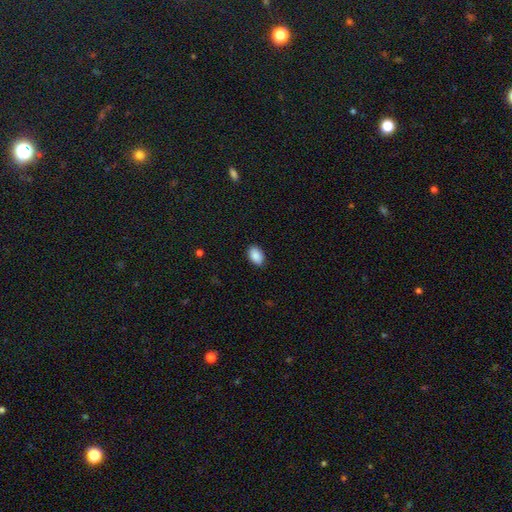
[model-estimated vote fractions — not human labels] This is clearly a smooth galaxy (89%). How rounded: clearly in between (89%). Merging: clearly none (88%).